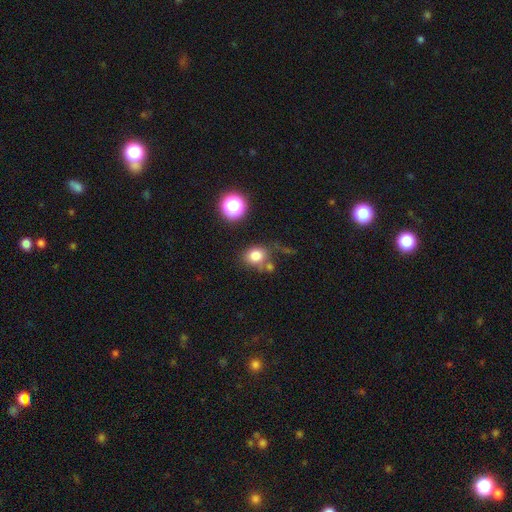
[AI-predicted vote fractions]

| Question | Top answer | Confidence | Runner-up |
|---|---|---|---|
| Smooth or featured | smooth | 81% | star or artifact (13%) |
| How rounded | round | 65% | in between (34%) |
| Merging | none | 66% | minor disturbance (16%) |